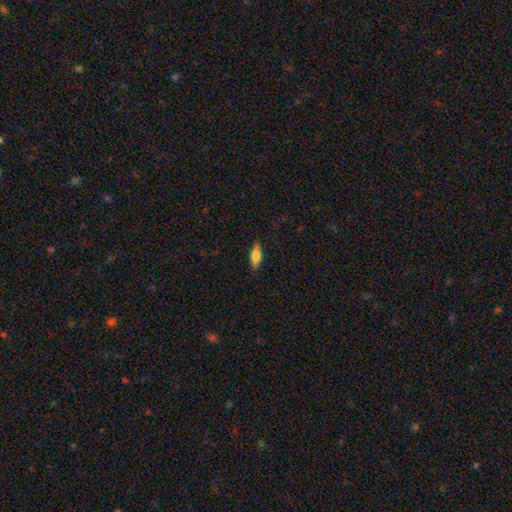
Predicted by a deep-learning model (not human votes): This is likely a smooth galaxy (79%). How rounded: likely in between (71%). Merging: clearly none (84%).